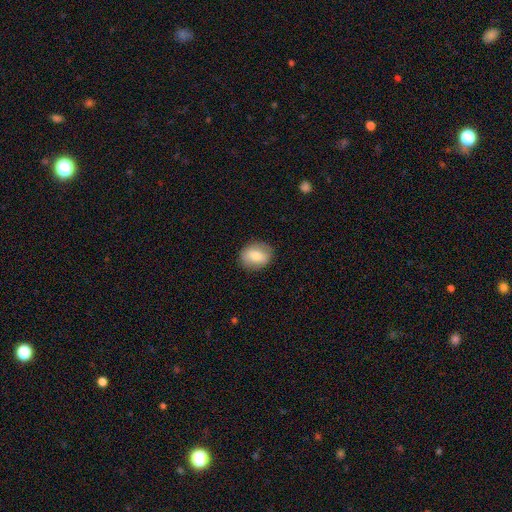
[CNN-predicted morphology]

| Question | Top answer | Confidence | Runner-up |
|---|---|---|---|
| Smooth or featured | smooth | 77% | featured or disk (15%) |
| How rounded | in between | 53% | round (46%) |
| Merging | none | 85% | minor disturbance (11%) |